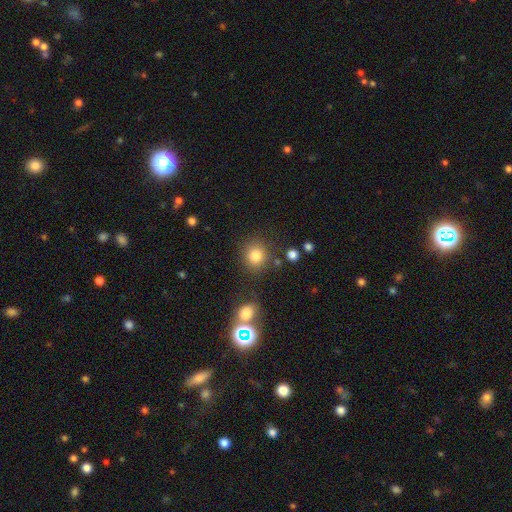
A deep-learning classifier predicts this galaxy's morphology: A smooth galaxy with no disk features (82%) that is round (83%). Merging: none (81%).